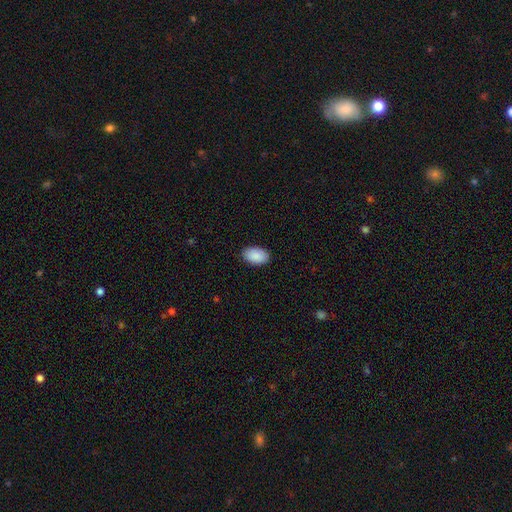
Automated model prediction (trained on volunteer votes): Smooth or featured: smooth — 91% (star or artifact — 6%)
How rounded: in between — 94% (round — 4%)
Merging: none — 89% (minor disturbance — 8%)